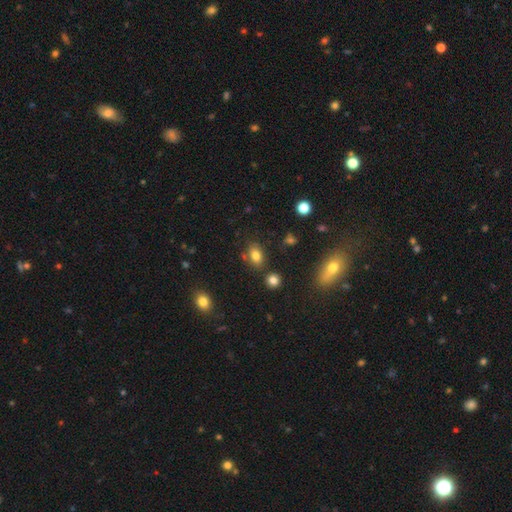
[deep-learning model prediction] Smooth or featured?
  - smooth: 79% *
  - star or artifact: 12%
  - featured or disk: 9%
How rounded?
  - in between: 80% *
  - round: 18%
  - cigar-shaped: 2%
Merging?
  - none: 76% *
  - minor disturbance: 13%
  - merger: 8%
  - major disturbance: 3%